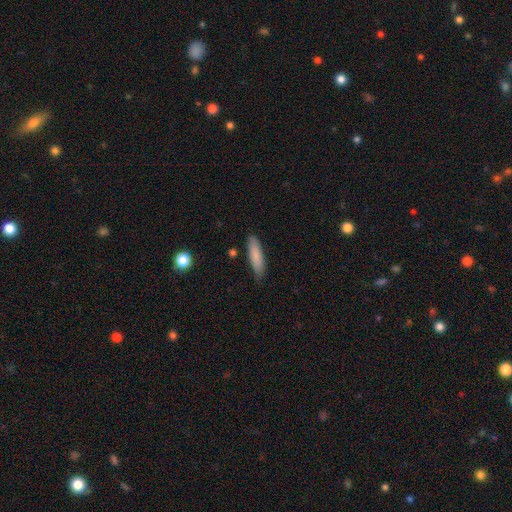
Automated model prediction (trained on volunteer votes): Smooth or featured: smooth — 84% (featured or disk — 10%)
How rounded: cigar-shaped — 71% (in between — 28%)
Merging: none — 80% (minor disturbance — 15%)